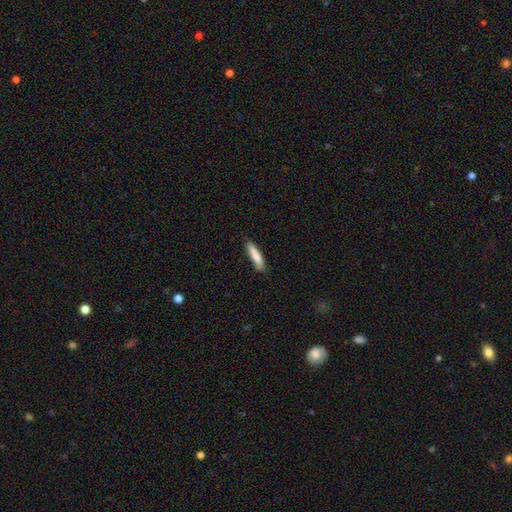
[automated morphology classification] smooth-or-featured: smooth: 82% | featured or disk: 13% | star or artifact: 6%
  how-rounded: cigar-shaped: 82% | in between: 17% | round: 1%
  merging: none: 82% | minor disturbance: 14% | major disturbance: 2% | merger: 1%